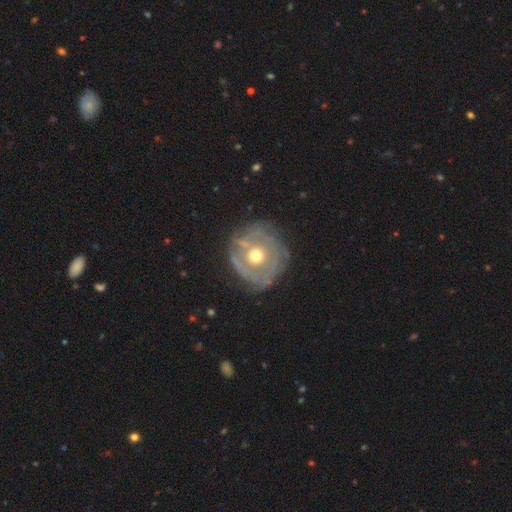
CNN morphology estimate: featured or disk 72%, smooth 21%, star or artifact 6%. Down the decision tree: edge-on disk — no (96%); bar — no (87%); spiral arms — yes (61%); bulge size — moderate (72%); merging — none (70%).